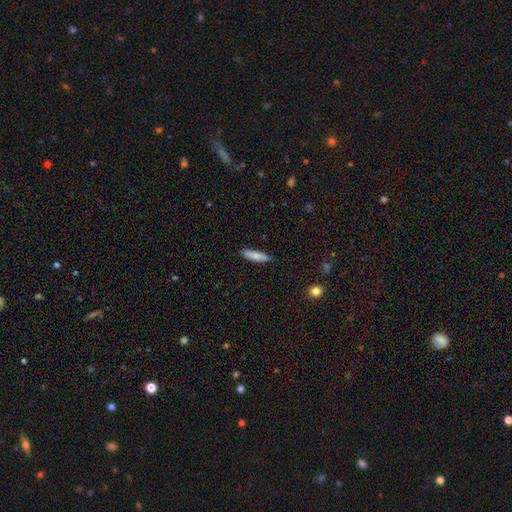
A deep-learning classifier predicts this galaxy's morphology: Smooth or featured? Predicted: smooth (p=0.81). How rounded? Predicted: cigar-shaped (p=0.71). Merging? Predicted: none (p=0.88).